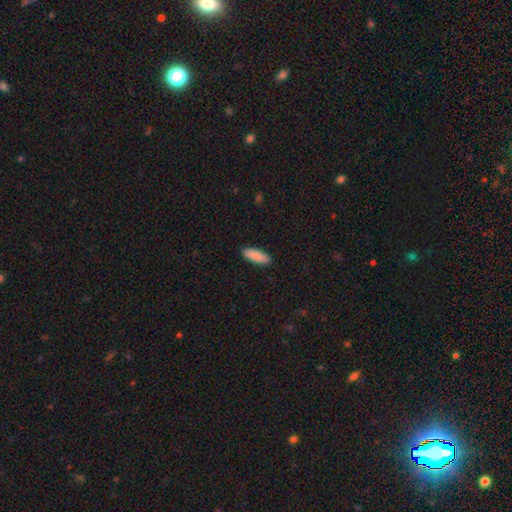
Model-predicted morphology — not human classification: A smooth galaxy with no disk features (90%) that is in between round and cigar-shaped (60%).

Vote fractions:
- Smooth or featured? smooth: 90% / star or artifact: 6% / featured or disk: 4%
- How rounded? in between: 60% / cigar-shaped: 38% / round: 2%
- Merging? none: 91% / minor disturbance: 7% / major disturbance: 2% / merger: 1%